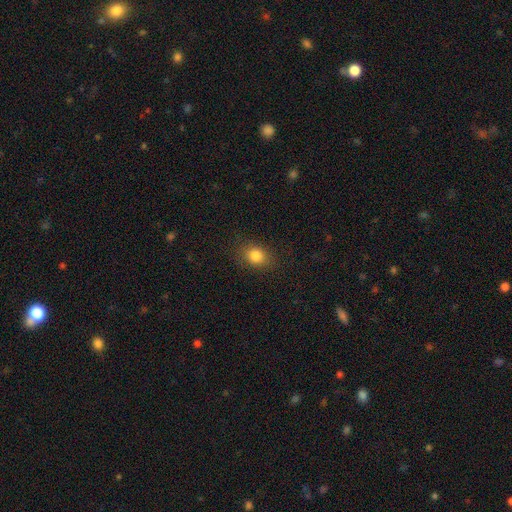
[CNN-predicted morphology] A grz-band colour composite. It shows a smooth galaxy with no disk features (83%) that is in between round and cigar-shaped (51%). Merging: none (83%).